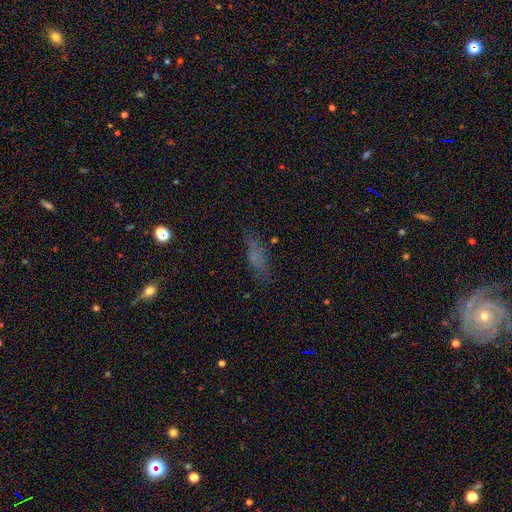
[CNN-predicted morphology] This is possibly a smooth galaxy (59%). How rounded: possibly in between (48%, tied with cigar-shaped). Merging: likely none (66%).